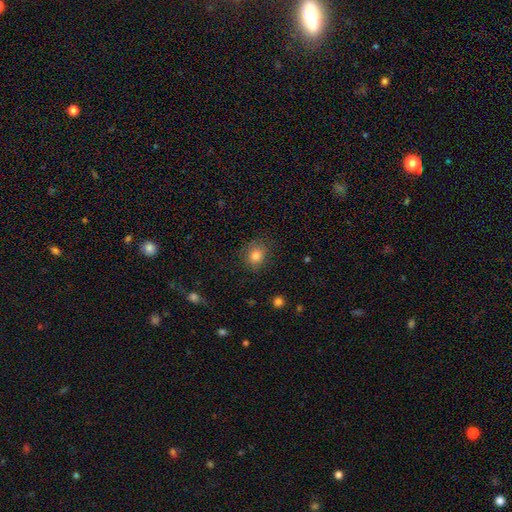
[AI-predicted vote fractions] Smooth or featured?
  - smooth: 82% *
  - star or artifact: 10%
  - featured or disk: 7%
How rounded?
  - round: 72% *
  - in between: 27%
  - cigar-shaped: 1%
Merging?
  - none: 81% *
  - minor disturbance: 14%
  - major disturbance: 4%
  - merger: 1%